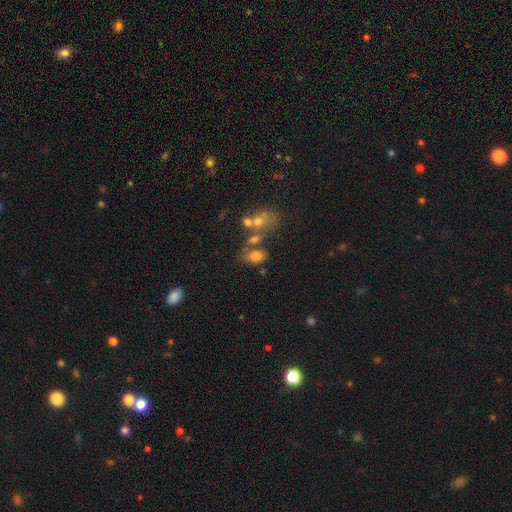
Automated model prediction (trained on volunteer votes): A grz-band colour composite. It shows a smooth galaxy with no disk features (69%) that is in between round and cigar-shaped (82%). Merging: none (39%).